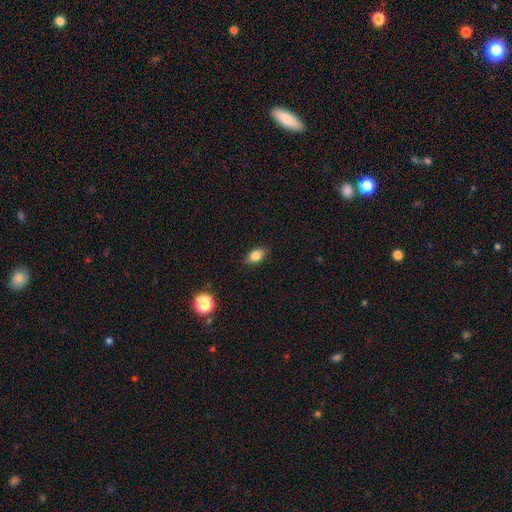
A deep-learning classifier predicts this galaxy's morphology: type=smooth (83%); roundness=in between (82%); merging=none (85%).